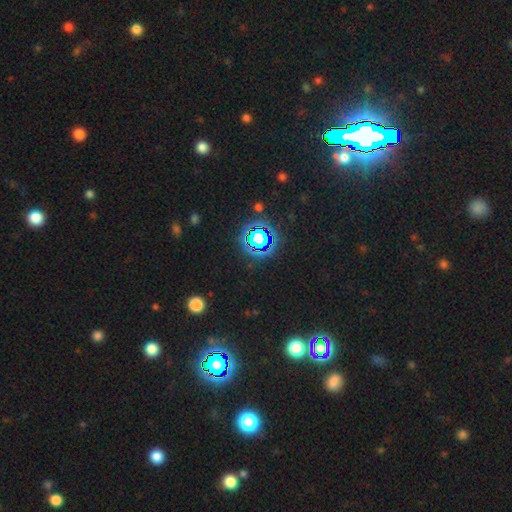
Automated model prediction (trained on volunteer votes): smooth-or-featured: star or artifact: 81% | smooth: 12% | featured or disk: 7%